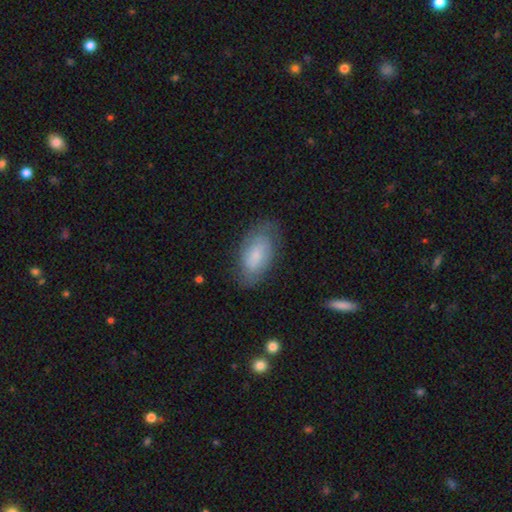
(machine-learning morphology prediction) Q: Smooth or featured?
A: smooth (52%); runner-up: featured or disk (41%)
Q: How rounded?
A: in between (92%); runner-up: cigar-shaped (4%)
Q: Merging?
A: none (70%); runner-up: minor disturbance (21%)